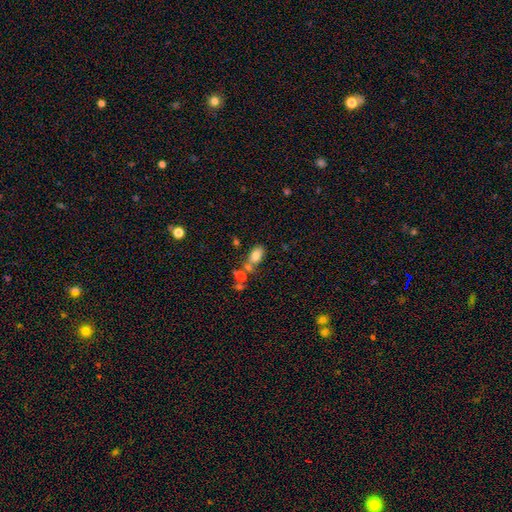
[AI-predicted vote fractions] Smooth or featured? Predicted: smooth (p=0.77). How rounded? Predicted: in between (p=0.88). Merging? Predicted: none (p=0.51).